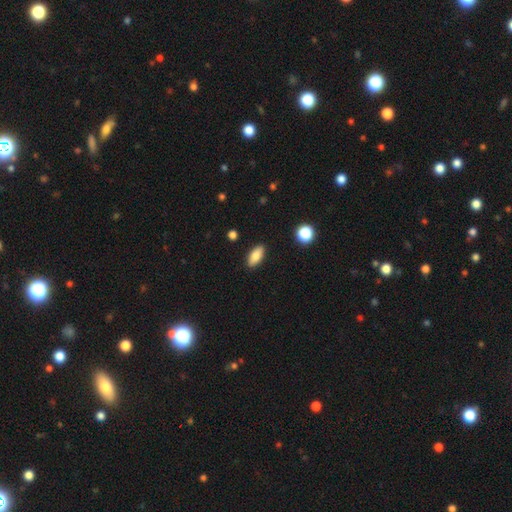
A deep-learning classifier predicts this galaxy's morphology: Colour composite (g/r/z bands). It shows a smooth galaxy with no disk features (82%) that is in between round and cigar-shaped (84%). Merging: none (88%).